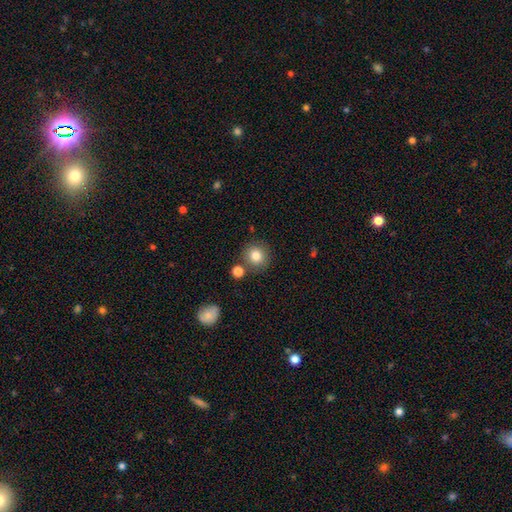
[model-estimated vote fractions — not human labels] This appears to be a smooth galaxy with no disk features (82%) that is round (91%). Merging: none (79%).